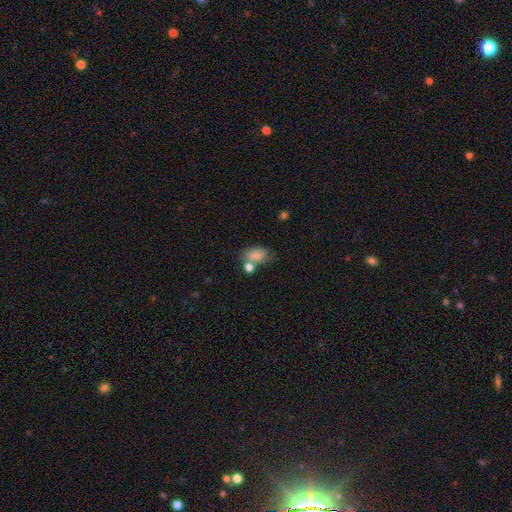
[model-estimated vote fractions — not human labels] Overall: smooth (81%). How rounded: in between (86%). Merging: none (45%; merger 27%).